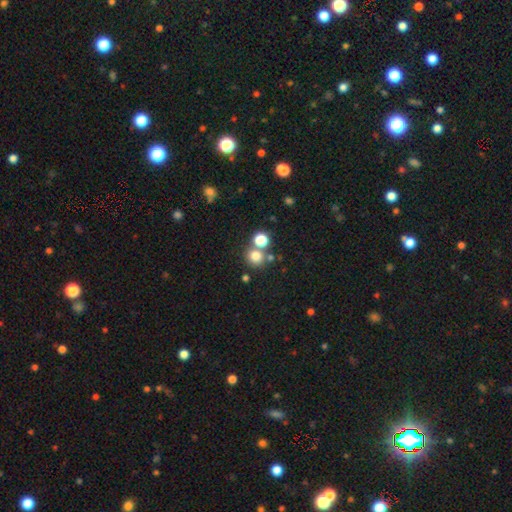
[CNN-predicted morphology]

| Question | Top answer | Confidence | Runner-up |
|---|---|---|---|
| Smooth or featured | smooth | 76% | star or artifact (16%) |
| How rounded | round | 87% | in between (12%) |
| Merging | none | 64% | merger (25%) |